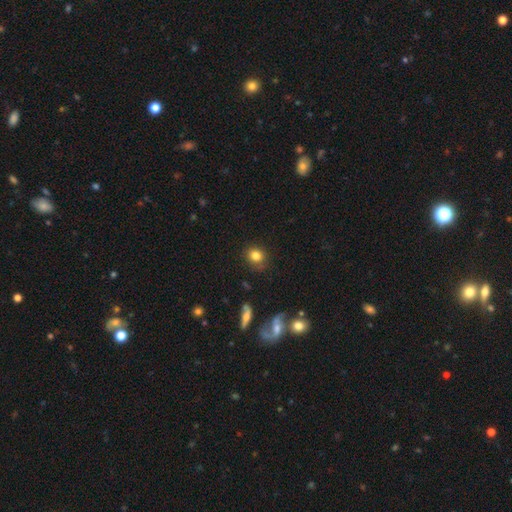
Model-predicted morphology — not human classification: smooth 82%, star or artifact 11%, featured or disk 7%. Down the decision tree: how rounded — round (77%); merging — none (82%).